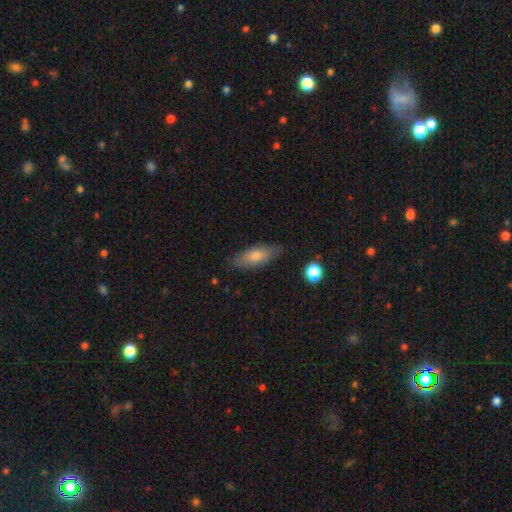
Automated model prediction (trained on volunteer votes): smooth-or-featured: smooth: 69% | featured or disk: 24% | star or artifact: 7%
  how-rounded: in between: 62% | cigar-shaped: 35% | round: 3%
  merging: none: 82% | minor disturbance: 14% | major disturbance: 3% | merger: 2%